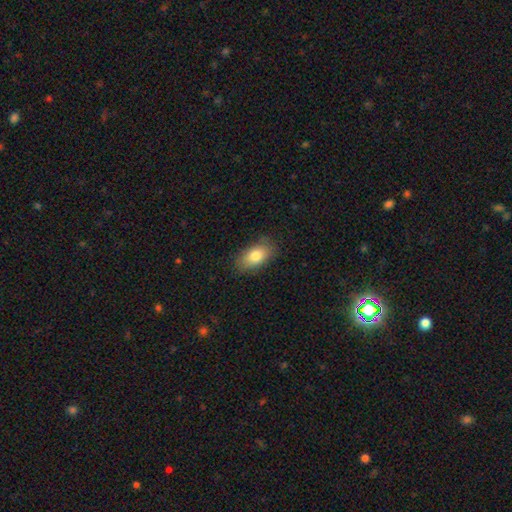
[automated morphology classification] Smooth or featured? Predicted: smooth (p=0.80). How rounded? Predicted: in between (p=0.90). Merging? Predicted: none (p=0.83).